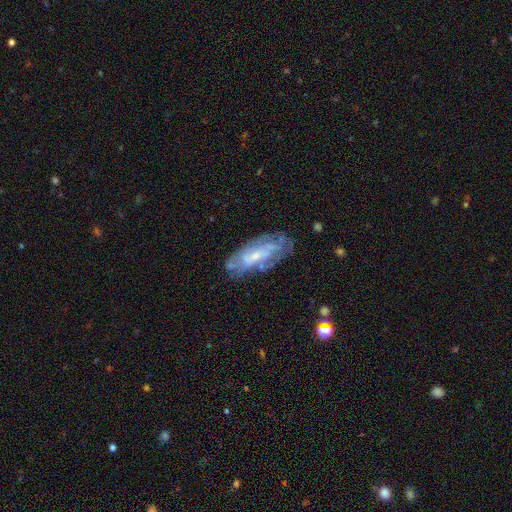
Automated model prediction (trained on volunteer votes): featured or disk 65%, smooth 27%, star or artifact 8%. Down the decision tree: edge-on disk — no (86%); bar — no (63%); spiral arms — yes (59%); bulge size — small (63%); merging — none (66%).